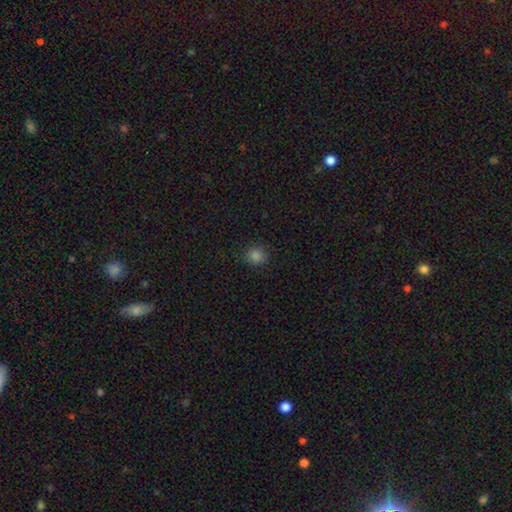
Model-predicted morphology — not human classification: Smooth or featured: smooth — 82% (star or artifact — 15%)
How rounded: round — 84% (in between — 15%)
Merging: none — 89% (minor disturbance — 8%)